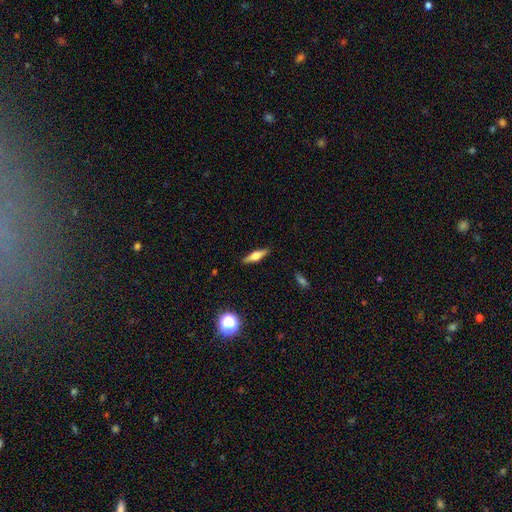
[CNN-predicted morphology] This appears to be a featured or disk galaxy (48%). Merging: none (89%).